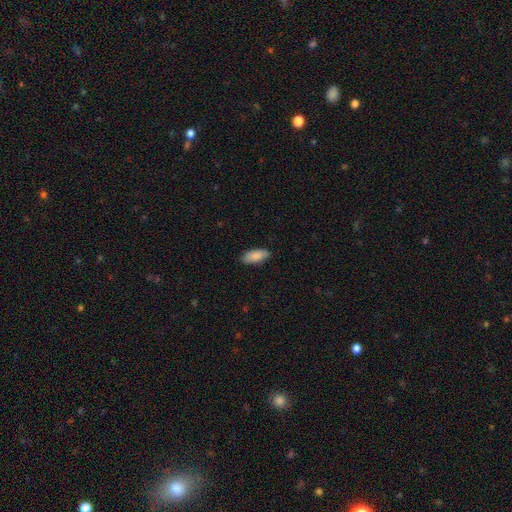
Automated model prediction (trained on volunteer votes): This is clearly a smooth galaxy (87%). How rounded: clearly in between (85%). Merging: clearly none (87%).